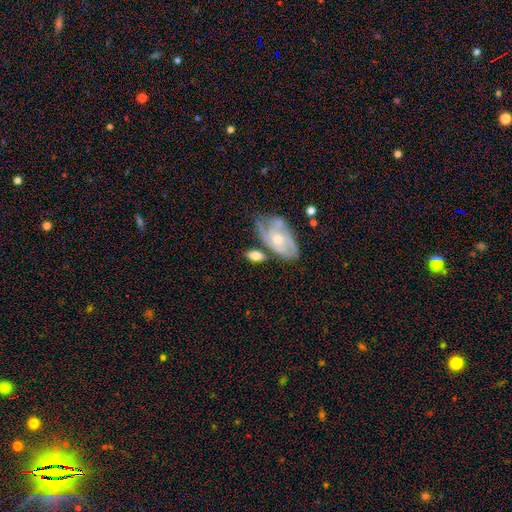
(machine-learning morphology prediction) Overall: smooth (57%; featured or disk 36%). How rounded: in between (83%). Merging: none (56%; minor disturbance 19%).